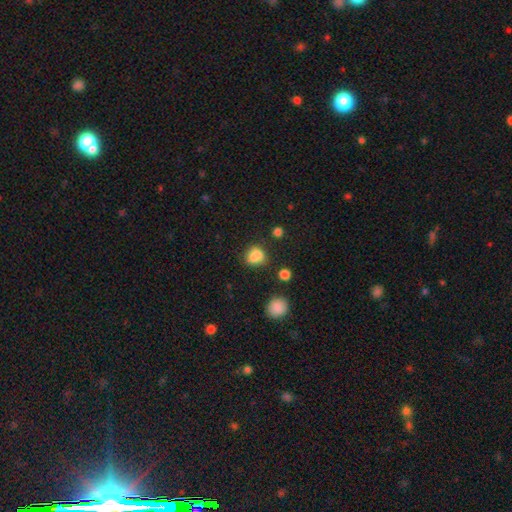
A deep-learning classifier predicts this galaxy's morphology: Smooth or featured: smooth — 80% (star or artifact — 12%)
How rounded: round — 66% (in between — 33%)
Merging: none — 55% (merger — 20%)